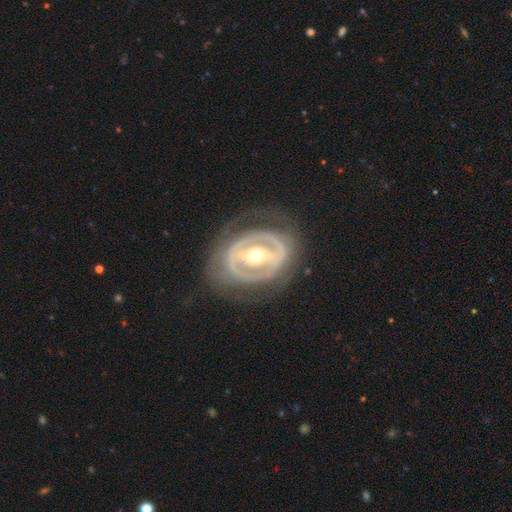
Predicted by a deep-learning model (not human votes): The model was most divided on "spiral arms": no: 65%, yes: 35%. More confident: edge-on disk — no (93%); smooth or featured — featured or disk (81%); merging — none (72%); bulge size — moderate (69%); bar — strong (57%).